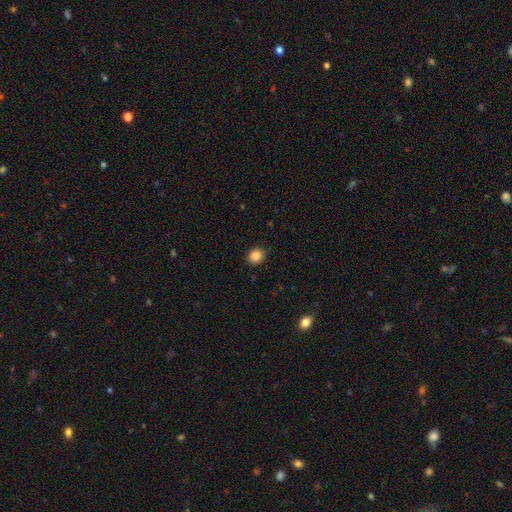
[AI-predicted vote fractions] This is clearly a smooth galaxy (86%). How rounded: clearly round (82%). Merging: clearly none (89%).